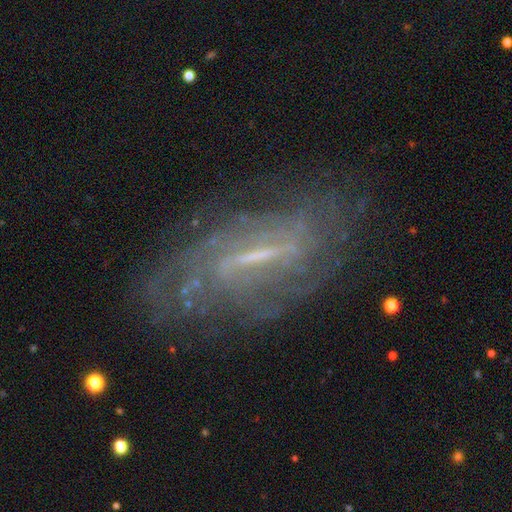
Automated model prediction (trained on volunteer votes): smooth-or-featured: featured or disk: 78% | smooth: 11% | star or artifact: 11%
  disk-edge-on: no: 87% | yes: 13%
    bar: weak: 47% | strong: 37% | no: 16%
    has-spiral-arms: yes: 85% | no: 15%
      spiral-winding: tight: 52% | medium: 32% | loose: 16%
      spiral-arm-count: can't tell: 56% | 2: 15% | 4: 8% | 3: 8% | more than 4: 7% | 1: 6%
    bulge-size: small: 55% | moderate: 22% | none: 20% | large: 2% | dominant: 1%
  merging: none: 74% | minor disturbance: 16% | major disturbance: 8% | merger: 2%